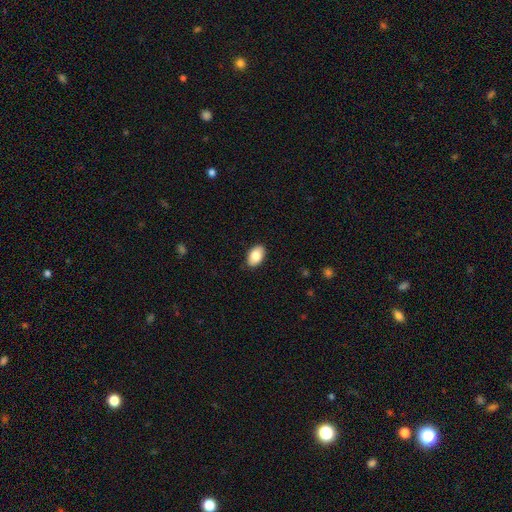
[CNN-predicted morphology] Smooth or featured?
  - smooth: 85% *
  - featured or disk: 9%
  - star or artifact: 7%
How rounded?
  - in between: 93% *
  - round: 6%
  - cigar-shaped: 1%
Merging?
  - none: 87% *
  - minor disturbance: 10%
  - major disturbance: 2%
  - merger: 1%